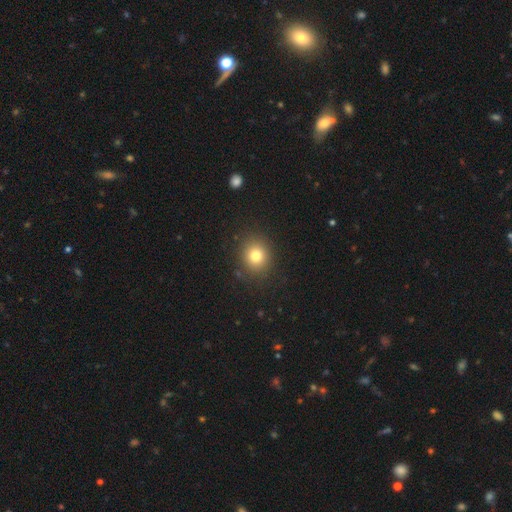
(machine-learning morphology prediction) Smooth or featured: smooth — 79% (star or artifact — 12%)
How rounded: round — 79% (in between — 20%)
Merging: none — 88% (minor disturbance — 8%)